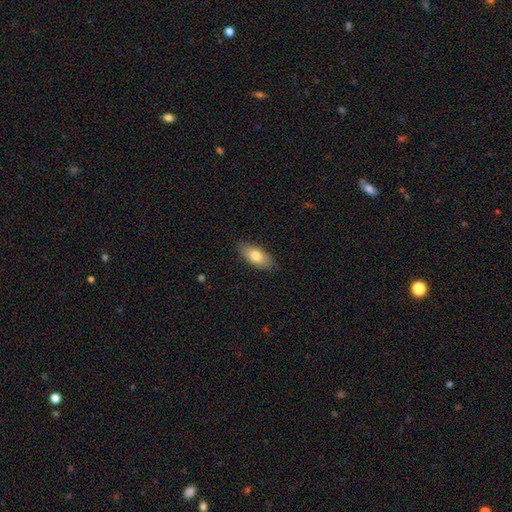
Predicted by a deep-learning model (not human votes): Smooth or featured?
  - smooth: 76% *
  - featured or disk: 18%
  - star or artifact: 6%
How rounded?
  - in between: 87% *
  - cigar-shaped: 10%
  - round: 3%
Merging?
  - none: 84% *
  - minor disturbance: 12%
  - major disturbance: 2%
  - merger: 1%